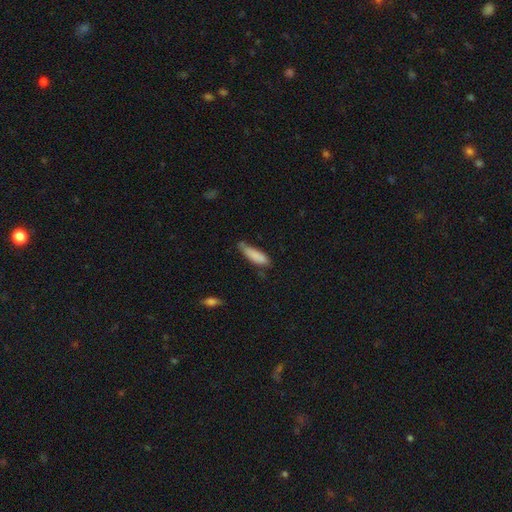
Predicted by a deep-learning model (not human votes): Smooth or featured?
  - smooth: 83% *
  - featured or disk: 11%
  - star or artifact: 7%
How rounded?
  - cigar-shaped: 60% *
  - in between: 39%
  - round: 2%
Merging?
  - none: 47% *
  - minor disturbance: 39%
  - major disturbance: 10%
  - merger: 4%